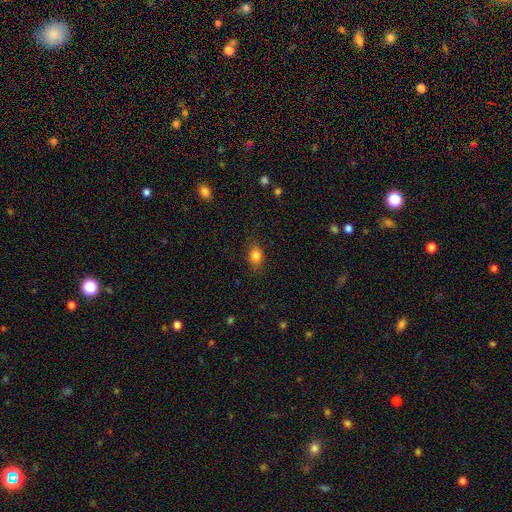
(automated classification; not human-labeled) Smooth or featured: smooth — 83% (star or artifact — 10%)
How rounded: in between — 65% (round — 32%)
Merging: none — 83% (minor disturbance — 12%)